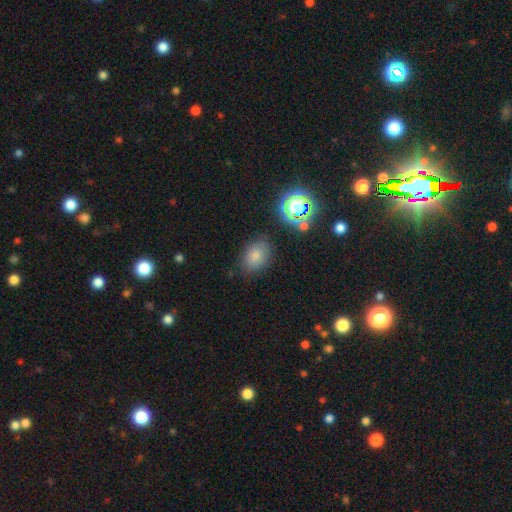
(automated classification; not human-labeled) Overall: smooth (76%). How rounded: in between (71%). Merging: none (79%).